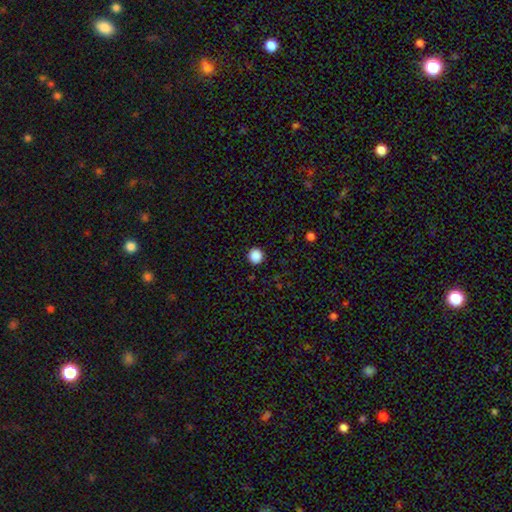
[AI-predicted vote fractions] smooth-or-featured: smooth: 88% | star or artifact: 10% | featured or disk: 2%
  how-rounded: round: 93% | in between: 6% | cigar-shaped: 1%
  merging: none: 92% | minor disturbance: 5% | major disturbance: 2% | merger: 1%